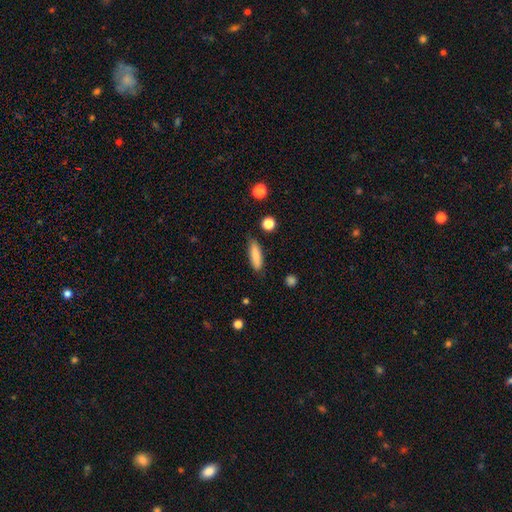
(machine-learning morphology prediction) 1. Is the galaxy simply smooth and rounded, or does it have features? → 84% smooth, 9% featured or disk, 7% star or artifact.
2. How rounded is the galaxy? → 61% cigar-shaped, 37% in between, 2% round.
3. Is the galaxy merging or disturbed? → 81% none, 14% minor disturbance, 3% major disturbance, 2% merger.